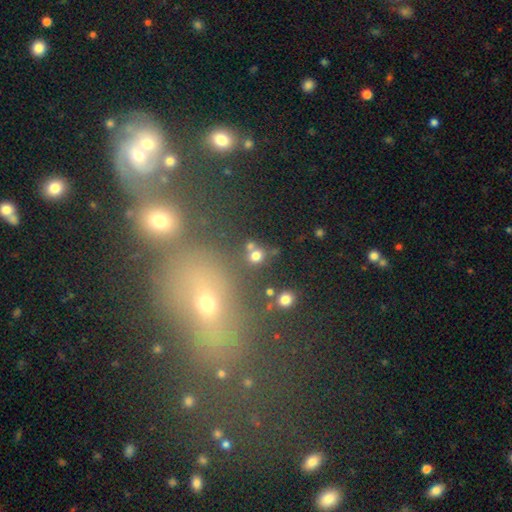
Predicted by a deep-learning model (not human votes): The model was most divided on "merging": none: 66%, merger: 19%, minor disturbance: 10%, major disturbance: 5%. More confident: how rounded — round (81%); smooth or featured — smooth (74%).